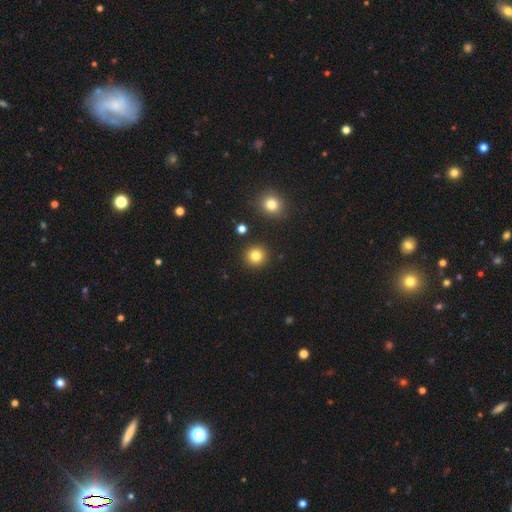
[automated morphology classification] Smooth or featured?
  - smooth: 82% *
  - star or artifact: 12%
  - featured or disk: 6%
How rounded?
  - round: 93% *
  - in between: 6%
  - cigar-shaped: 1%
Merging?
  - none: 90% *
  - minor disturbance: 5%
  - merger: 2%
  - major disturbance: 2%